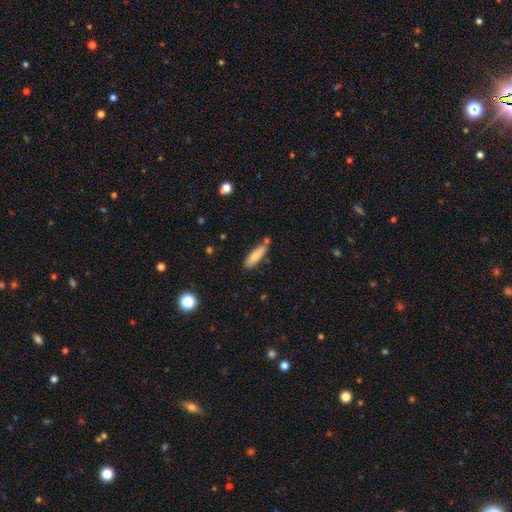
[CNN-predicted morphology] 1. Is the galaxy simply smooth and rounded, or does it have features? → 77% smooth, 16% featured or disk, 7% star or artifact.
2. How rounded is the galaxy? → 62% cigar-shaped, 37% in between, 2% round.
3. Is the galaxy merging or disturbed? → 72% none, 16% minor disturbance, 9% merger, 3% major disturbance.